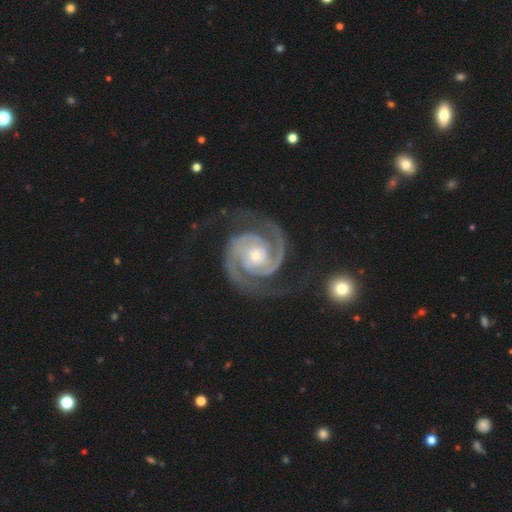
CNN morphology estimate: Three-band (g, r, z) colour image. It shows a featured or disk galaxy (95%) with no bar (68%), 2 (92%) tight (60%) spiral arms (99%) and a small central bulge (61%). Merging: none (75%).